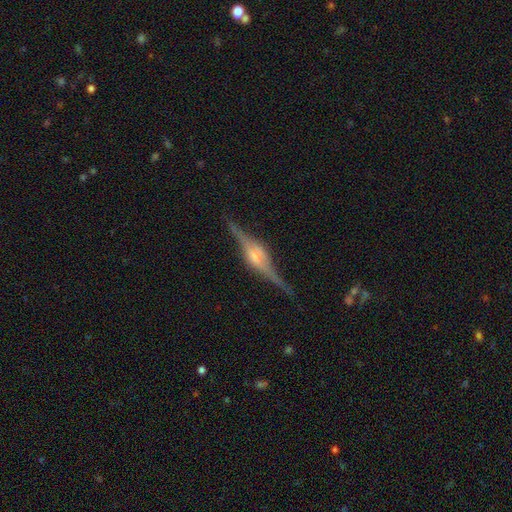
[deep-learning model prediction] This is clearly a featured or disk galaxy (86%). It is clearly viewed edge-on (97%). Edge-on bulge: likely rounded (70%). Merging: clearly none (84%).